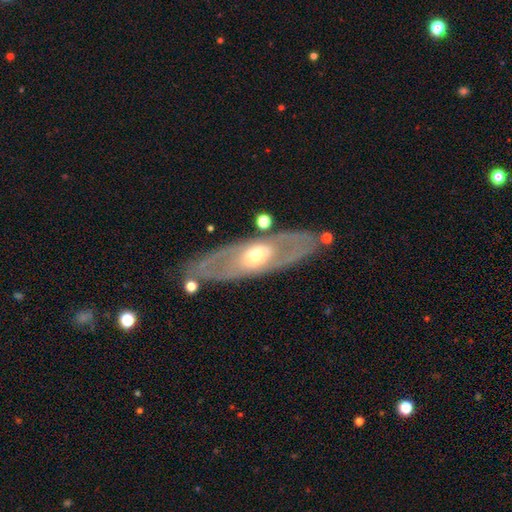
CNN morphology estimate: Q: Smooth or featured?
A: featured or disk (72%); runner-up: smooth (23%)
Q: Edge-on disk?
A: no (74%); runner-up: yes (26%)
Q: Bar?
A: no (71%); runner-up: weak (20%)
Q: Spiral arms?
A: no (64%); runner-up: yes (36%)
Q: Bulge size?
A: moderate (65%); runner-up: small (22%)
Q: Merging?
A: none (81%); runner-up: minor disturbance (12%)